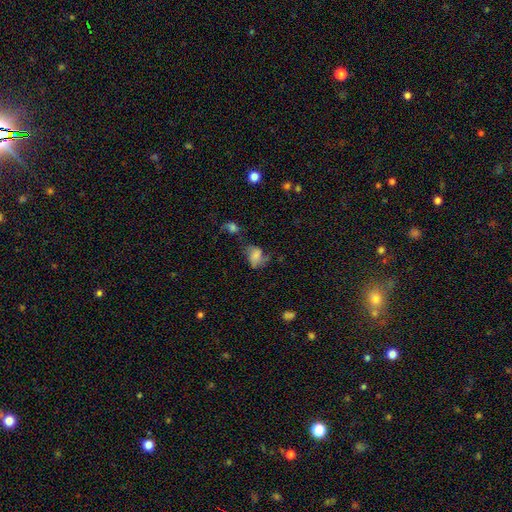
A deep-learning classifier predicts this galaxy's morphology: Smooth or featured? smooth (57%)
How rounded? in between (68%)
Merging? none (35%)